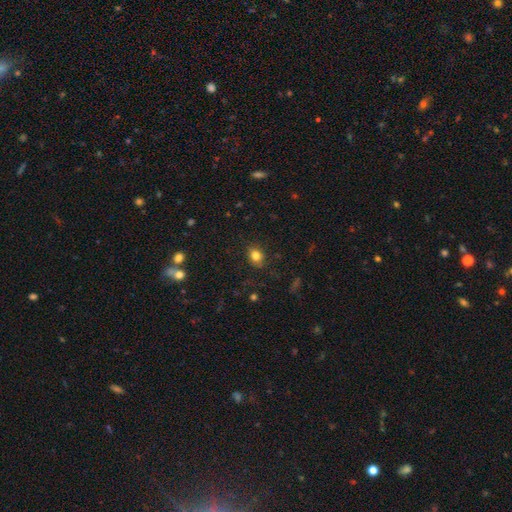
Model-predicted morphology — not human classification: Smooth or featured: smooth — 79% (star or artifact — 12%)
How rounded: in between — 55% (round — 43%)
Merging: none — 83% (minor disturbance — 13%)